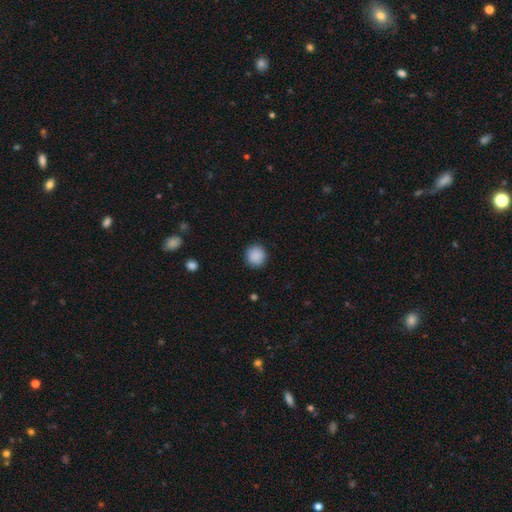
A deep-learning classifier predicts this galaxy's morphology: Overall: smooth (89%). How rounded: round (94%). Merging: none (91%).